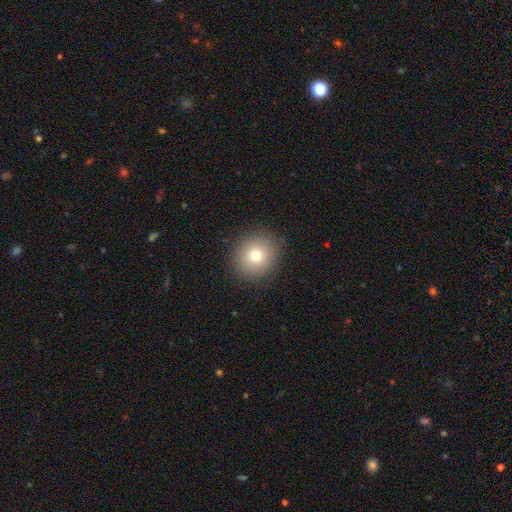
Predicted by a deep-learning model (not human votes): This is likely a smooth galaxy (77%). How rounded: clearly round (86%). Merging: clearly none (90%).